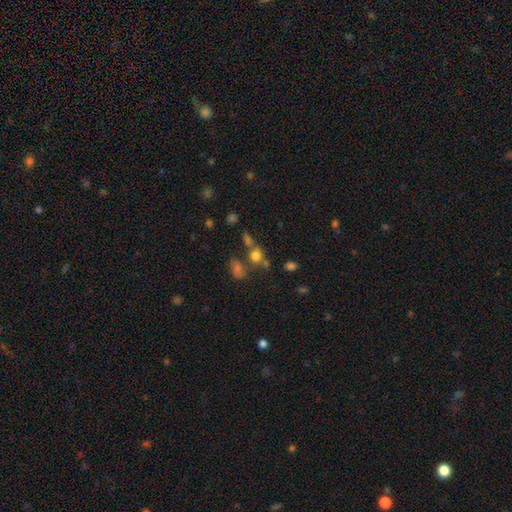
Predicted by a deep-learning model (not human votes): Overall: smooth (73%). How rounded: round (69%; in between 29%). Merging: none (55%; merger 27%).